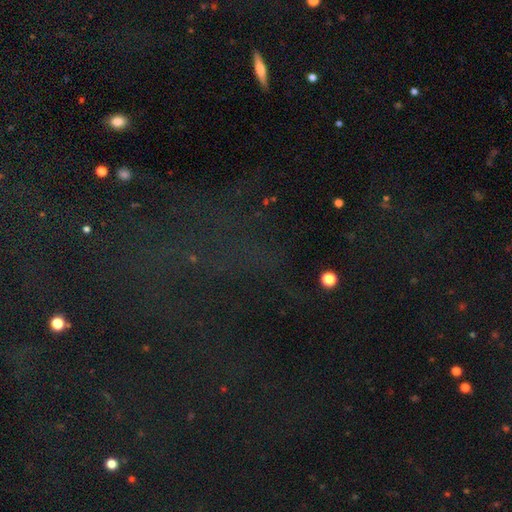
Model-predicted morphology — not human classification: Overall: star or artifact (72%).